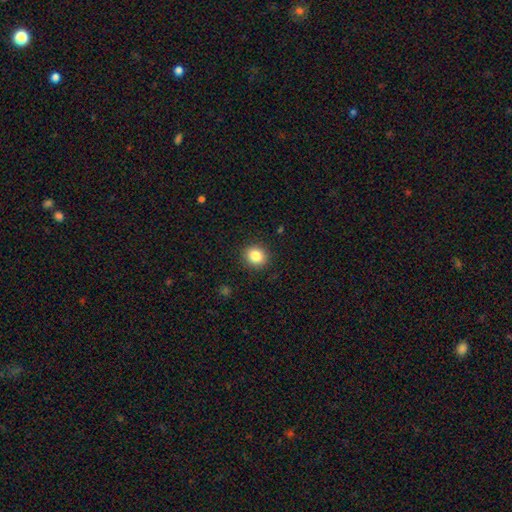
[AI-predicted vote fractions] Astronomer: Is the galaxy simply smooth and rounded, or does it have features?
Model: smooth — 84%.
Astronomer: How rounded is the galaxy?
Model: round — 80%.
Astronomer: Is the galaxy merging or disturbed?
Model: none — 90%.